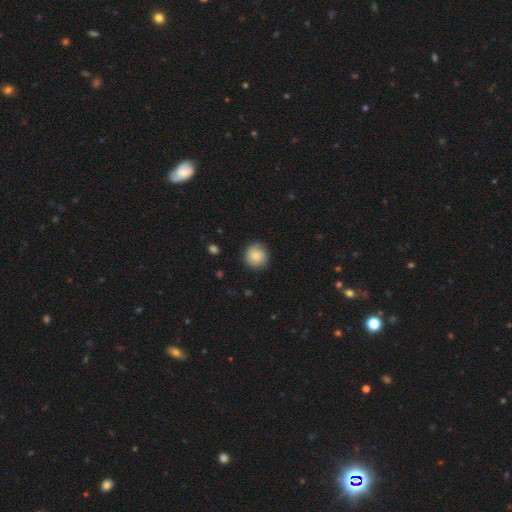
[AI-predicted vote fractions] A smooth galaxy with no disk features (83%) that is round (93%).

Vote fractions:
- Smooth or featured? smooth: 83% / featured or disk: 10% / star or artifact: 7%
- How rounded? round: 93% / in between: 6% / cigar-shaped: 1%
- Merging? none: 84% / minor disturbance: 12% / major disturbance: 3% / merger: 1%